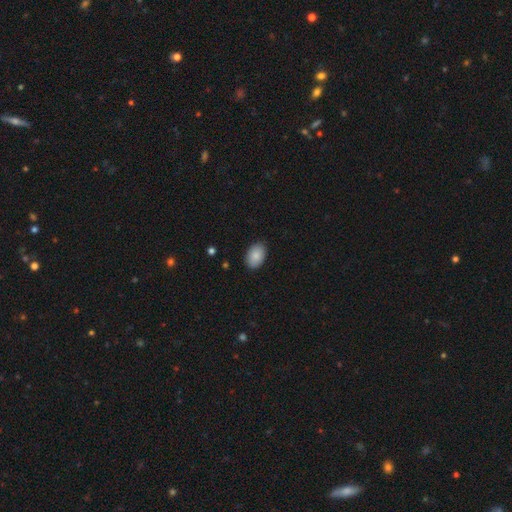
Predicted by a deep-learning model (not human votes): Smooth or featured? smooth (87%)
How rounded? in between (87%)
Merging? none (87%)